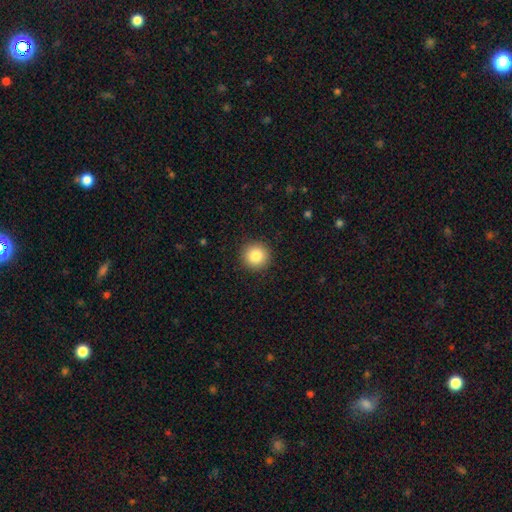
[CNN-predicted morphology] Smooth or featured: smooth — 85% (star or artifact — 9%)
How rounded: round — 95% (in between — 4%)
Merging: none — 92% (minor disturbance — 5%)